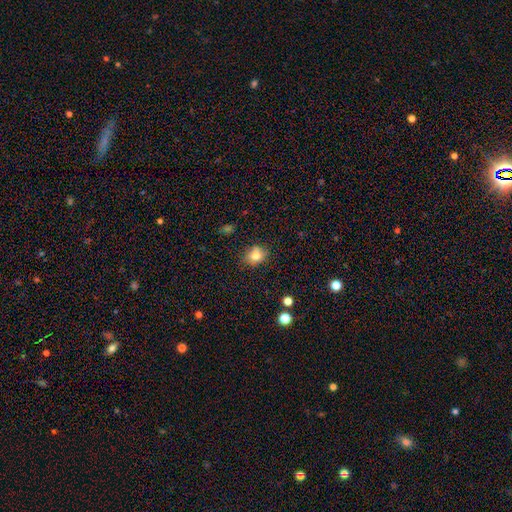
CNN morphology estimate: This is likely a smooth galaxy (78%). How rounded: possibly round (56%). Merging: likely none (75%).